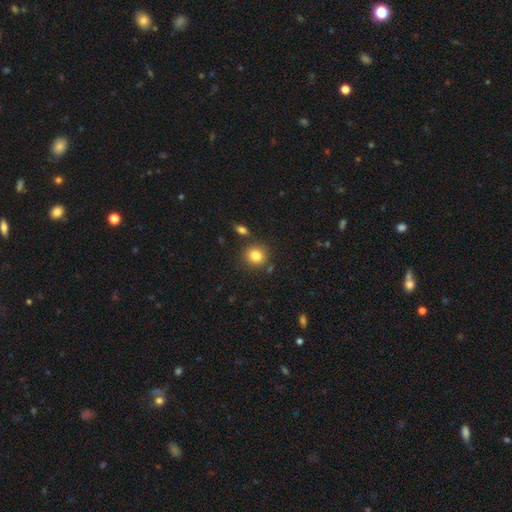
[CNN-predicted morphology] smooth 83%, star or artifact 11%, featured or disk 7%. Down the decision tree: how rounded — round (86%); merging — none (81%).